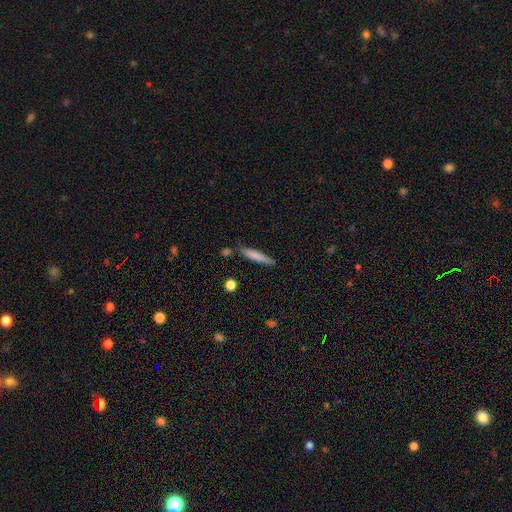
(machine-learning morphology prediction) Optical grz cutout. It shows a smooth galaxy with no disk features (74%) that is cigar-shaped (89%). Merging: none (74%).